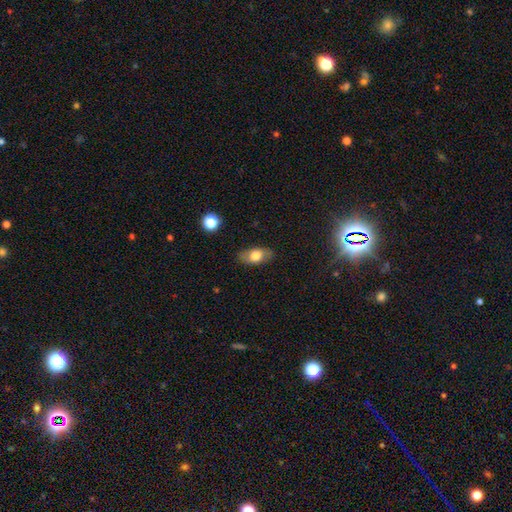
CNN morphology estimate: smooth 72%, featured or disk 20%, star or artifact 8%. Down the decision tree: how rounded — in between (87%); merging — none (83%).